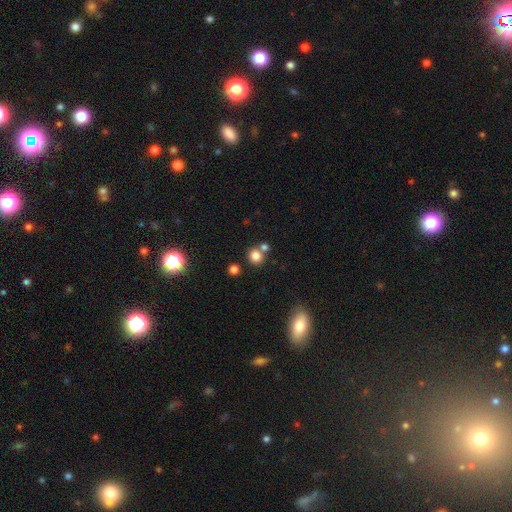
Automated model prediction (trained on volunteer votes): Morphology: type=smooth (81%); roundness=round (84%); merging=none (65%).